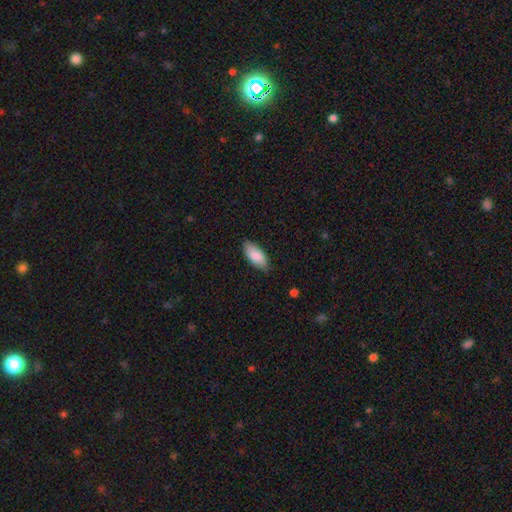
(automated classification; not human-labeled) Q: Smooth or featured?
A: smooth (87%); runner-up: featured or disk (7%)
Q: How rounded?
A: in between (89%); runner-up: cigar-shaped (9%)
Q: Merging?
A: none (83%); runner-up: minor disturbance (14%)